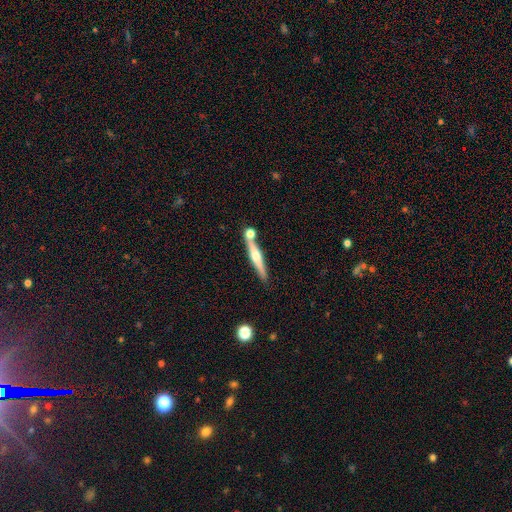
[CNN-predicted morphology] This is likely a featured or disk galaxy (64%). It is clearly viewed edge-on (97%). Edge-on bulge: clearly rounded (88%). Merging: likely none (72%).